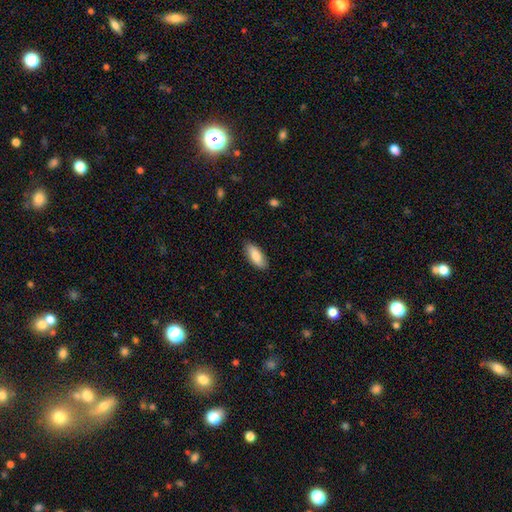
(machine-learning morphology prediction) A smooth galaxy with no disk features (83%) that is in between round and cigar-shaped (83%). Merging: none (88%).